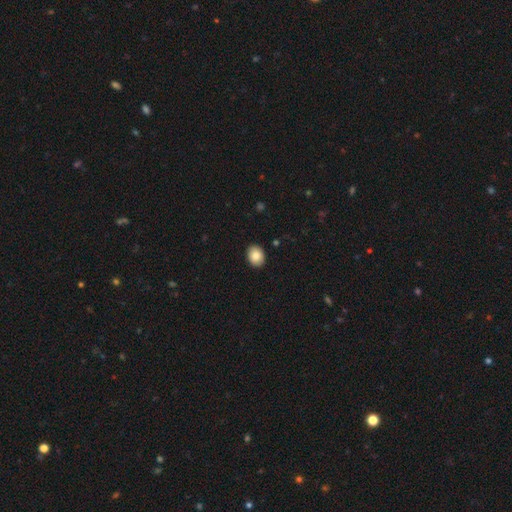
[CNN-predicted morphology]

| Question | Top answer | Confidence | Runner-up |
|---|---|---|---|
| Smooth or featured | smooth | 86% | star or artifact (8%) |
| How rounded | in between | 58% | round (41%) |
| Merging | none | 91% | minor disturbance (6%) |